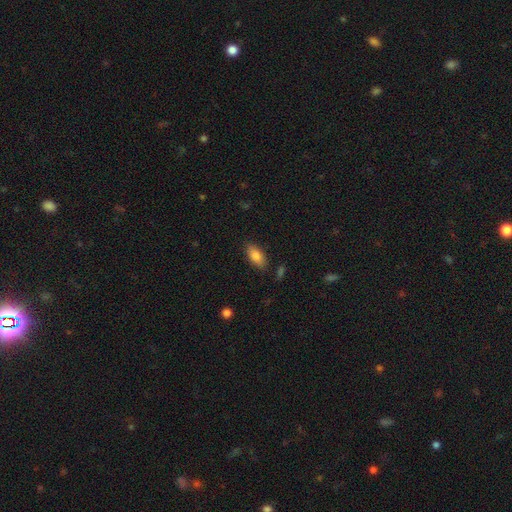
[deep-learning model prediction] This appears to be a smooth galaxy with no disk features (83%) that is in between round and cigar-shaped (89%). Merging: none (84%).